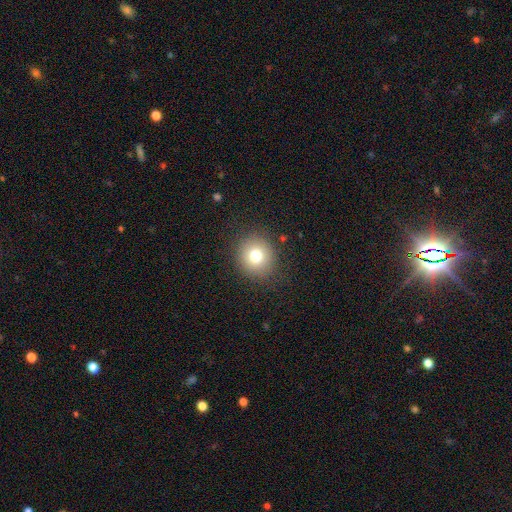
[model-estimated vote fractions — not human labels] Overall: smooth (76%). How rounded: round (88%). Merging: none (88%).